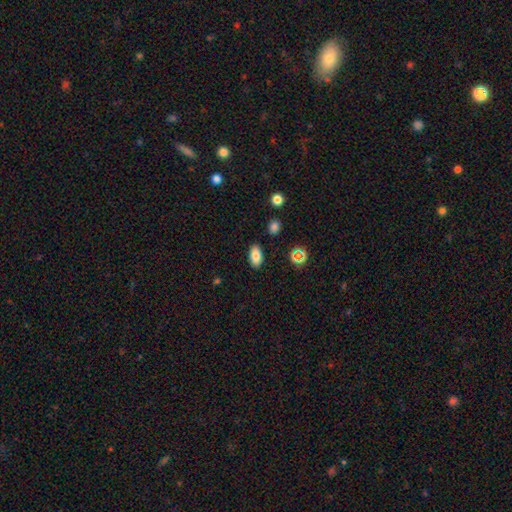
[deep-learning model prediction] Q: Smooth or featured?
A: smooth (81%); runner-up: star or artifact (10%)
Q: How rounded?
A: in between (91%); runner-up: round (5%)
Q: Merging?
A: none (87%); runner-up: minor disturbance (9%)